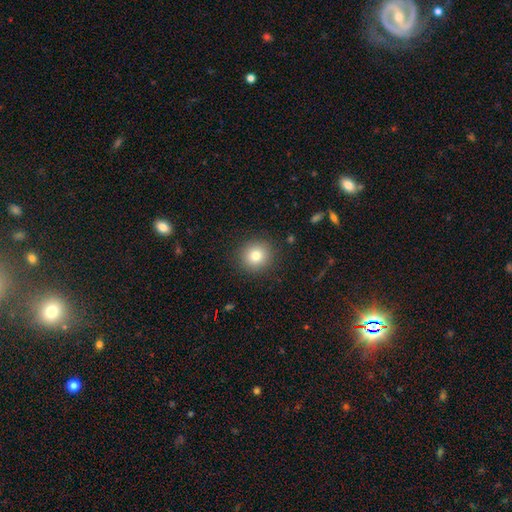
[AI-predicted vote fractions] Smooth or featured? smooth (79%)
How rounded? round (91%)
Merging? none (90%)